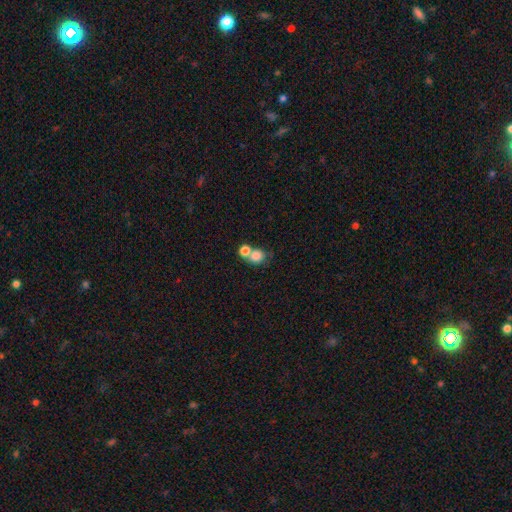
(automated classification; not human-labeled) smooth-or-featured: smooth: 80% | star or artifact: 10% | featured or disk: 10%
  how-rounded: round: 72% | in between: 26% | cigar-shaped: 1%
  merging: merger: 51% | none: 37% | minor disturbance: 8% | major disturbance: 4%